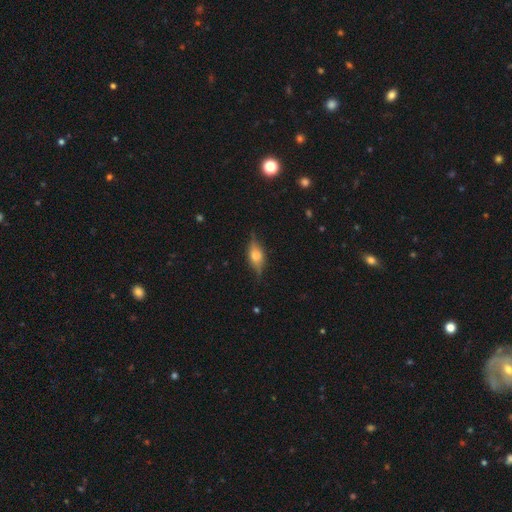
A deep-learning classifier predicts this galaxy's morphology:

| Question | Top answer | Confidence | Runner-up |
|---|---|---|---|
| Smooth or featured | featured or disk | 52% | smooth (39%) |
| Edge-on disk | yes | 91% | no (9%) |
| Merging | none | 75% | minor disturbance (19%) |